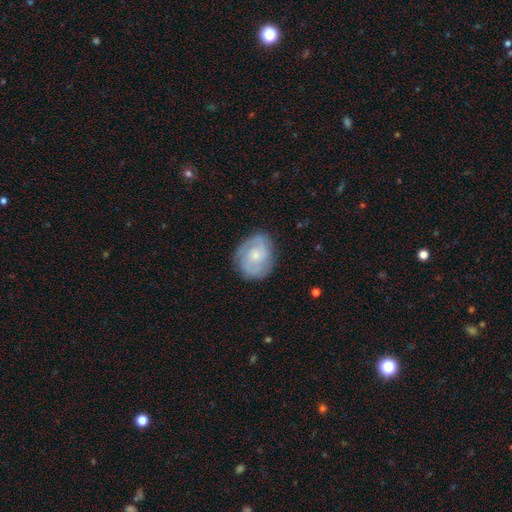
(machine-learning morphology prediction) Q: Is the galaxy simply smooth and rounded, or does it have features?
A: featured or disk — 63%.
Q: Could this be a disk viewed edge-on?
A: no — 97%.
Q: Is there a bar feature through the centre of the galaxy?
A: no — 71%.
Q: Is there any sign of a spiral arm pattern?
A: yes — 86%.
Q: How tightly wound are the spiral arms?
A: tight — 51%.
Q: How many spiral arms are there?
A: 2 — 56%.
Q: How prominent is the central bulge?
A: small — 57%.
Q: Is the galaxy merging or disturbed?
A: none — 78%.